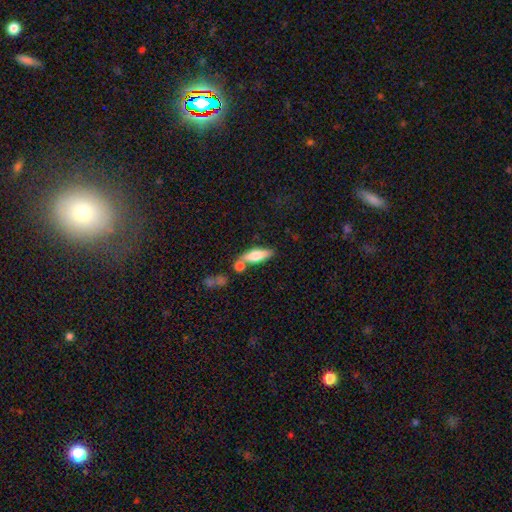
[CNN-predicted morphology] type=smooth (63%); roundness=in between (52%); merging=none (61%).